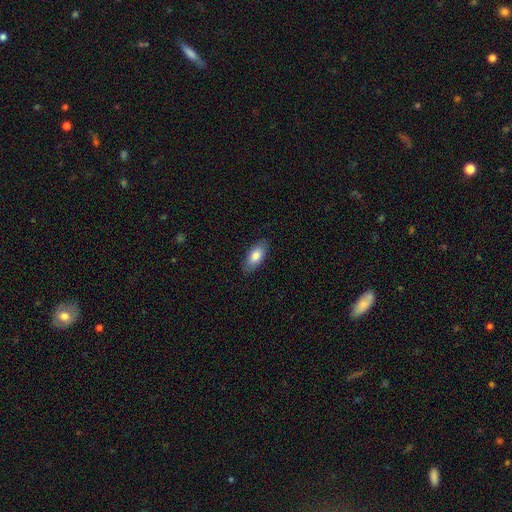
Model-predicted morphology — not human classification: A smooth galaxy with no disk features (79%) that is in between round and cigar-shaped (88%).

Vote fractions:
- Smooth or featured? smooth: 79% / featured or disk: 15% / star or artifact: 6%
- How rounded? in between: 88% / cigar-shaped: 9% / round: 2%
- Merging? none: 86% / minor disturbance: 10% / major disturbance: 2% / merger: 1%